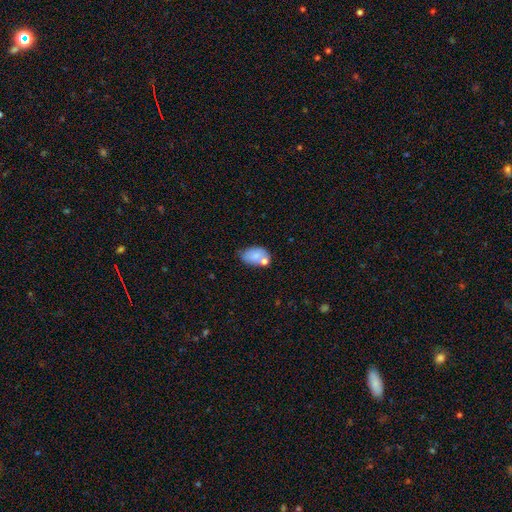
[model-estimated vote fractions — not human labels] Smooth or featured?
  - smooth: 75% *
  - featured or disk: 17%
  - star or artifact: 8%
How rounded?
  - in between: 89% *
  - round: 10%
  - cigar-shaped: 1%
Merging?
  - none: 47% *
  - minor disturbance: 24%
  - merger: 22%
  - major disturbance: 7%